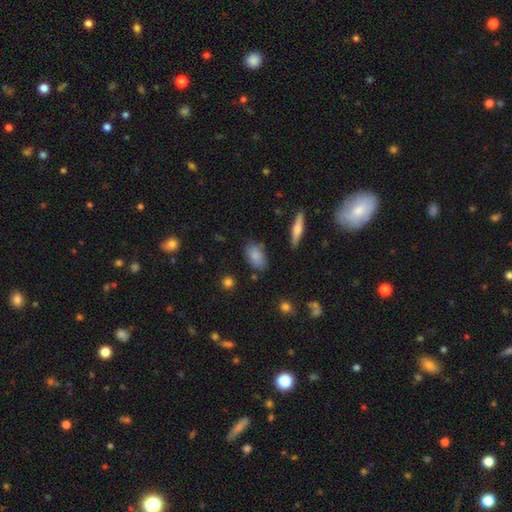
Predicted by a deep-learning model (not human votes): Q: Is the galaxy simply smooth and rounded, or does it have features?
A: smooth — 82%.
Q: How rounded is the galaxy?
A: in between — 90%.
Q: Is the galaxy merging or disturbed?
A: none — 74%.